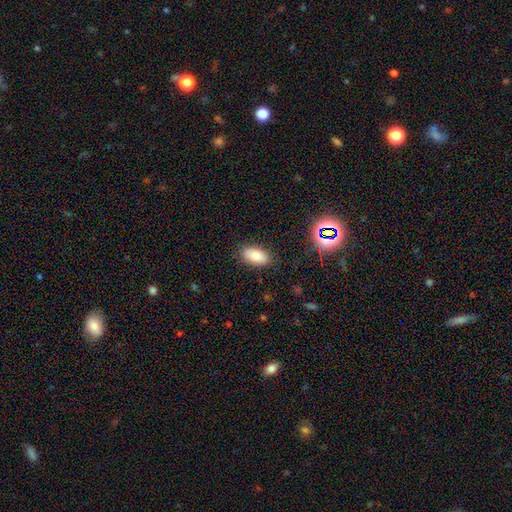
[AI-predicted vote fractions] The model was most divided on "smooth or featured": smooth: 82%, star or artifact: 10%, featured or disk: 9%. More confident: how rounded — in between (92%); merging — none (86%).